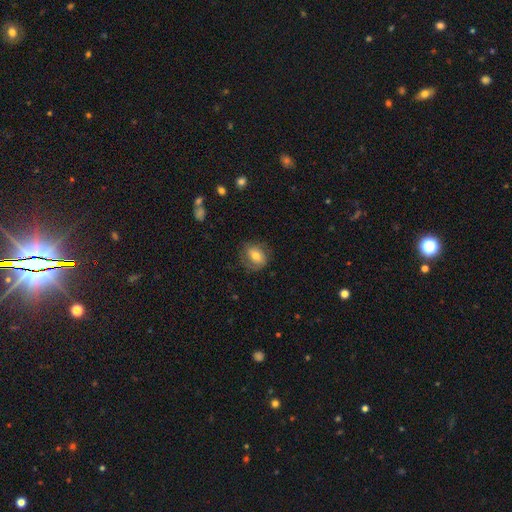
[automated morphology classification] Overall: smooth (58%; featured or disk 34%). How rounded: round (51%; in between 48%). Merging: none (69%).